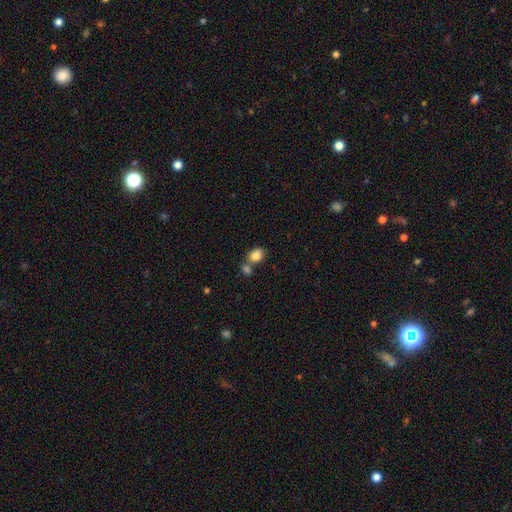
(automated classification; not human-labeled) This appears to be a smooth galaxy with no disk features (83%) that is in between round and cigar-shaped (54%). Merging: none (46%).